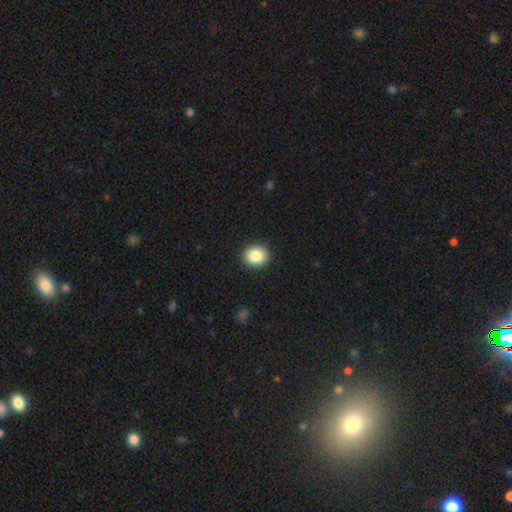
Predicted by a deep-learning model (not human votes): Smooth or featured? smooth (86%)
How rounded? round (69%)
Merging? none (90%)